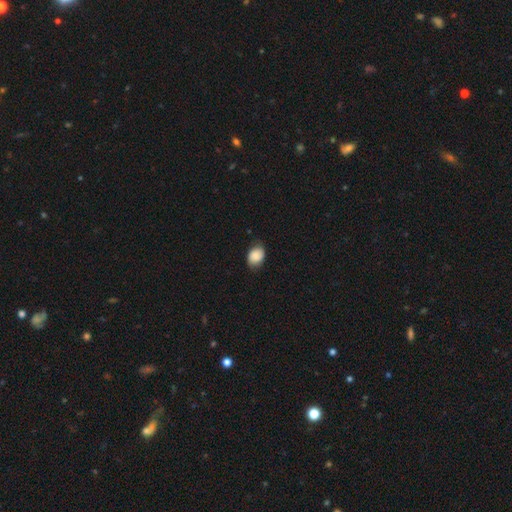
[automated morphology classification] A smooth galaxy with no disk features (85%) that is in between round and cigar-shaped (65%).

Vote fractions:
- Smooth or featured? smooth: 85% / featured or disk: 8% / star or artifact: 7%
- How rounded? in between: 65% / round: 34% / cigar-shaped: 1%
- Merging? none: 74% / minor disturbance: 21% / major disturbance: 4% / merger: 1%